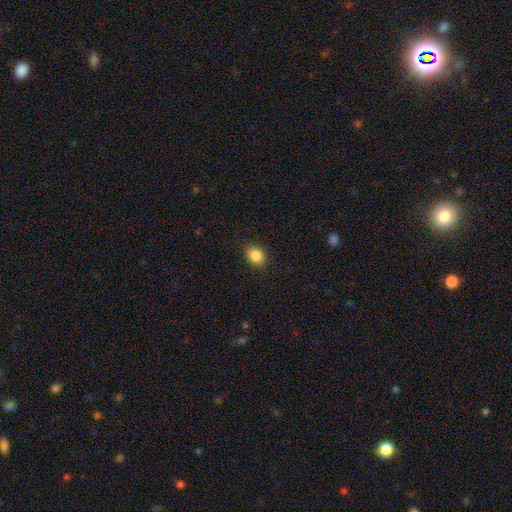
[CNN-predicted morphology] smooth 86%, star or artifact 10%, featured or disk 4%. Down the decision tree: how rounded — in between (50%); merging — none (88%).